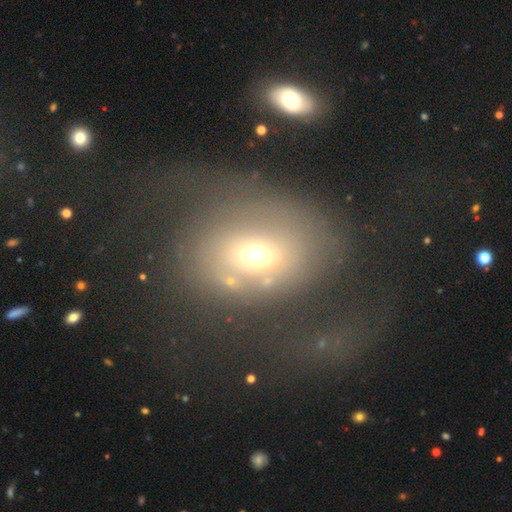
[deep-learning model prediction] smooth_or_featured: smooth (p=0.48) [alt: featured or disk p=0.39]
merging: major disturbance (p=0.49) [alt: none p=0.30]